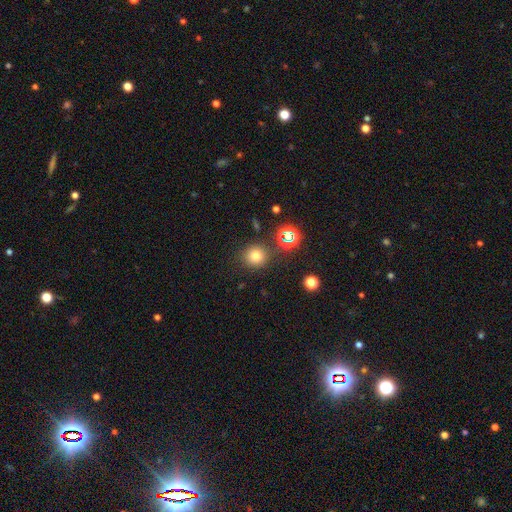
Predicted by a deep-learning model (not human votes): Smooth or featured?
  - smooth: 72% *
  - star or artifact: 20%
  - featured or disk: 8%
How rounded?
  - round: 92% *
  - in between: 7%
  - cigar-shaped: 1%
Merging?
  - none: 84% *
  - minor disturbance: 8%
  - merger: 5%
  - major disturbance: 3%